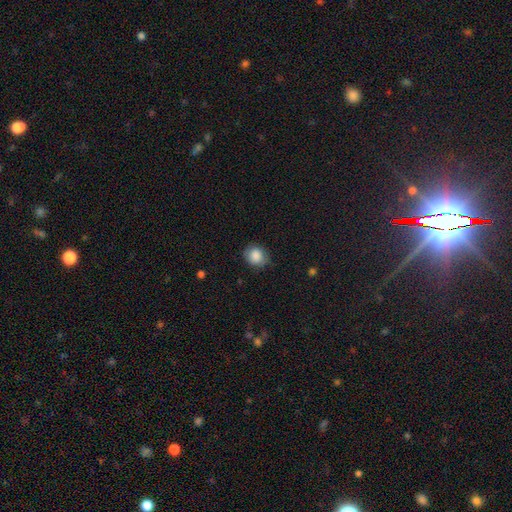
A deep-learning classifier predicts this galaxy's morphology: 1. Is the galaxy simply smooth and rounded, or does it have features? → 87% smooth, 8% star or artifact, 5% featured or disk.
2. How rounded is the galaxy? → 78% round, 21% in between, 1% cigar-shaped.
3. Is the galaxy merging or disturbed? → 77% none, 18% minor disturbance, 4% major disturbance, 1% merger.